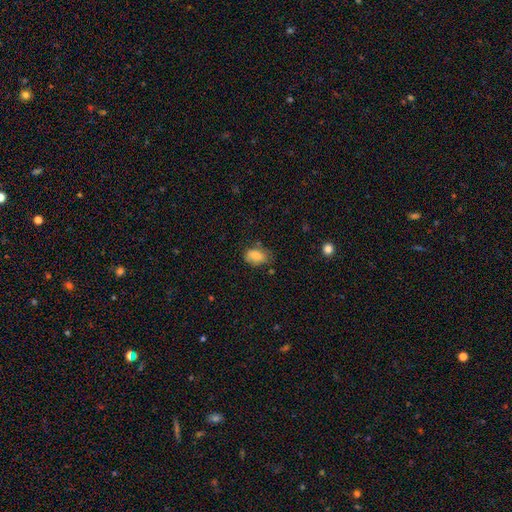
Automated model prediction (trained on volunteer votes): Smooth or featured: smooth — 79% (featured or disk — 12%)
How rounded: in between — 85% (round — 13%)
Merging: none — 55% (minor disturbance — 32%)